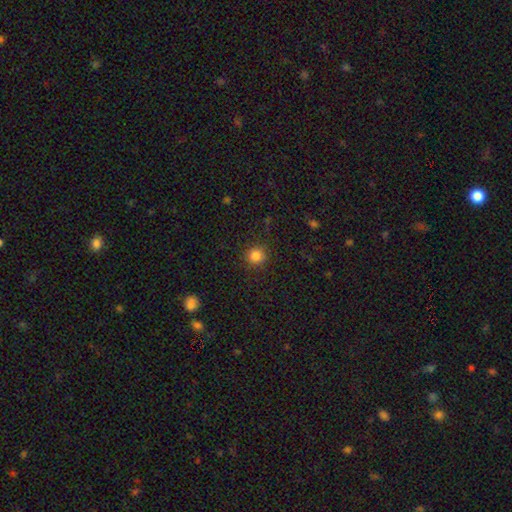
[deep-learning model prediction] Overall: smooth (84%). How rounded: round (93%). Merging: none (89%).